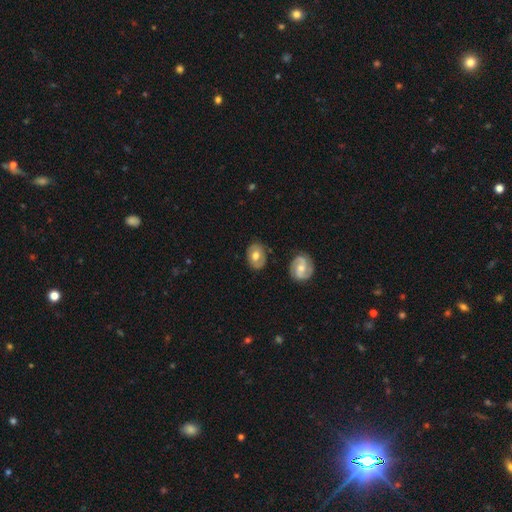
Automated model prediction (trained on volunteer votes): Smooth or featured?
  - smooth: 57% *
  - featured or disk: 36%
  - star or artifact: 7%
How rounded?
  - in between: 62% *
  - round: 37%
  - cigar-shaped: 1%
Merging?
  - none: 78% *
  - minor disturbance: 15%
  - major disturbance: 4%
  - merger: 3%